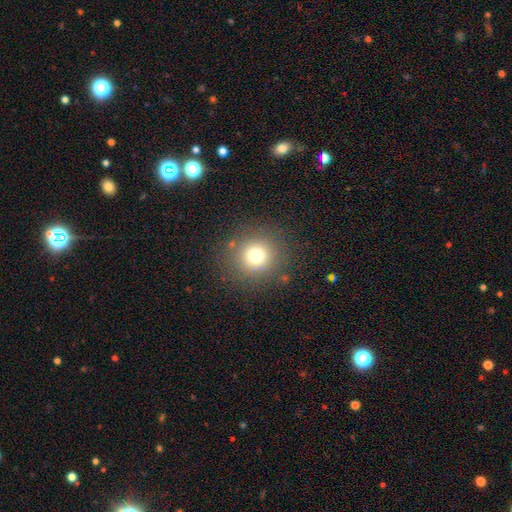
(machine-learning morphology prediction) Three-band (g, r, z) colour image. It shows a smooth galaxy with no disk features (74%) that is round (94%). Merging: none (87%).